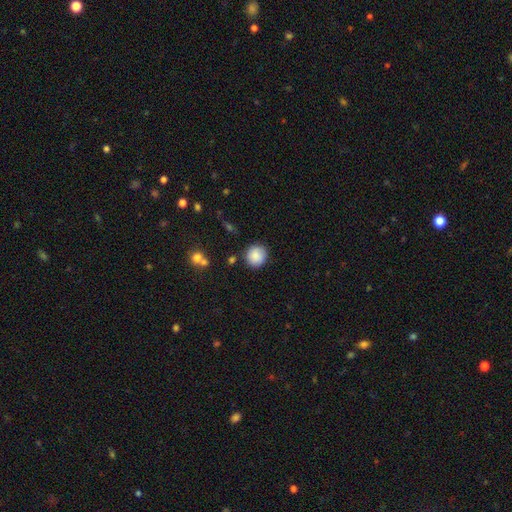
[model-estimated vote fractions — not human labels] smooth-or-featured: smooth: 87% | star or artifact: 8% | featured or disk: 5%
  how-rounded: round: 91% | in between: 8% | cigar-shaped: 1%
  merging: none: 86% | minor disturbance: 9% | merger: 3% | major disturbance: 2%